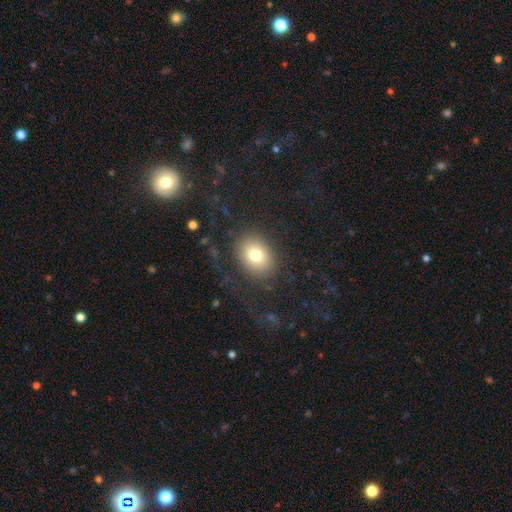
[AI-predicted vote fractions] Smooth or featured? smooth (71%)
How rounded? in between (53%)
Merging? none (78%)